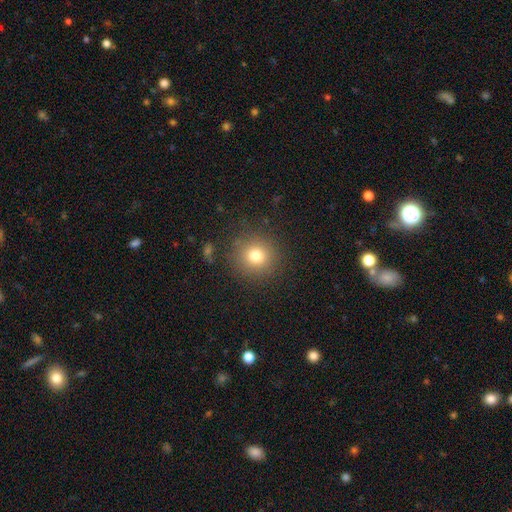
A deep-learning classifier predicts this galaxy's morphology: Smooth or featured: smooth — 77% (star or artifact — 14%)
How rounded: round — 93% (in between — 6%)
Merging: none — 87% (minor disturbance — 8%)